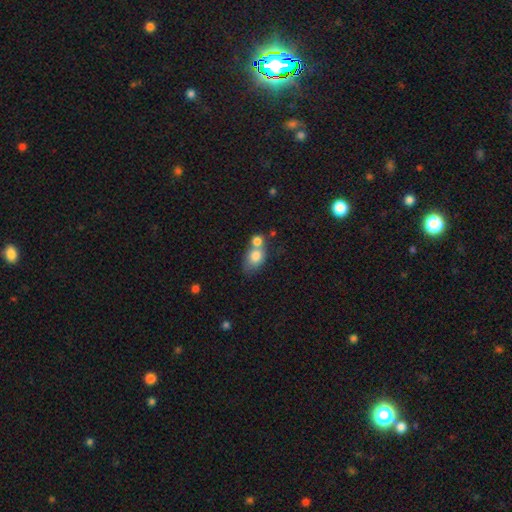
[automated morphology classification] Q: Smooth or featured?
A: smooth (78%); runner-up: featured or disk (13%)
Q: How rounded?
A: in between (65%); runner-up: round (33%)
Q: Merging?
A: merger (53%); runner-up: none (30%)